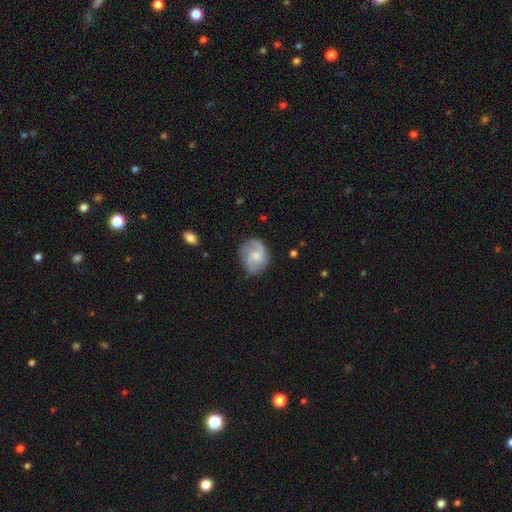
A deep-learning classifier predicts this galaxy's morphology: Overall: featured or disk (73%). Edge-on disk: no (98%). Bar: no (60%; weak 35%). Spiral arms: yes (94%). Spiral arm count: 2 (72%). Spiral winding: medium (48%; tight 29%). Bulge size: moderate (46%; small 45%). Merging: none (71%).